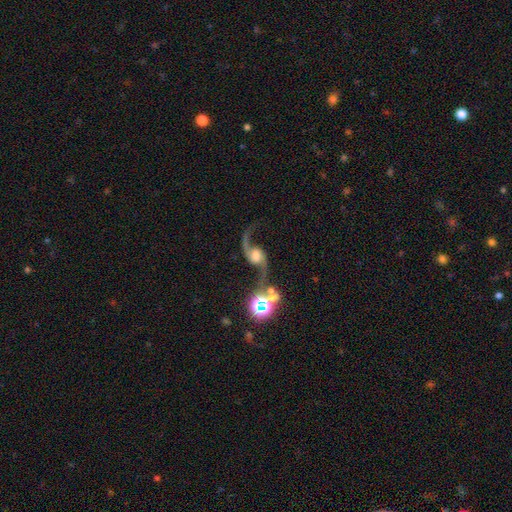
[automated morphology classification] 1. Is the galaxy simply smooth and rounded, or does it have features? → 86% featured or disk, 9% star or artifact, 6% smooth.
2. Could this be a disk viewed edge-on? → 96% no, 4% yes.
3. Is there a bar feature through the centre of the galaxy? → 53% no, 34% weak, 13% strong.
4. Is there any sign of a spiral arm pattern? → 97% yes, 3% no.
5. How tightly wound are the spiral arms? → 89% loose, 9% medium, 2% tight.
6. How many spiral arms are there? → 93% 2, 3% 1, 1% can't tell, 1% 3, 1% 4, 1% more than 4.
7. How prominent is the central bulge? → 42% moderate, 24% large, 19% small, 10% none, 5% dominant.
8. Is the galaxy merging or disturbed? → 61% none, 14% minor disturbance, 13% major disturbance, 12% merger.